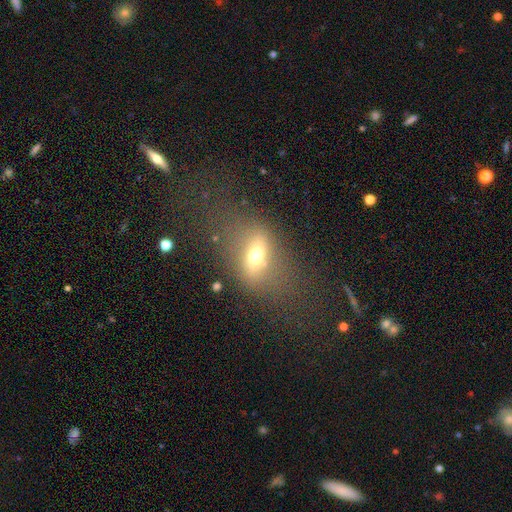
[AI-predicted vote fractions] A smooth galaxy with no disk features (48%). Merging: none (54%).